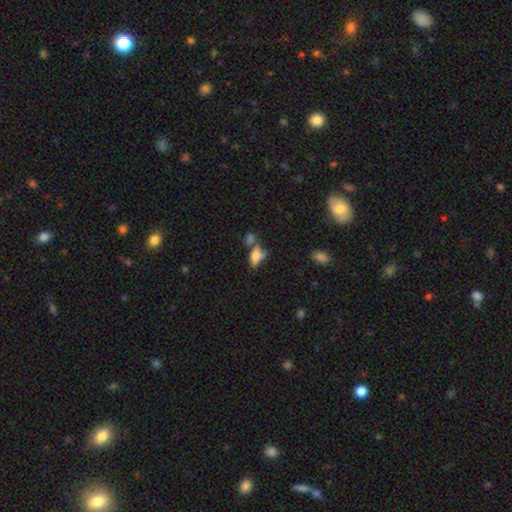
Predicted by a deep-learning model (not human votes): smooth 59%, featured or disk 28%, star or artifact 13%. Down the decision tree: how rounded — in between (70%); merging — none (37%).